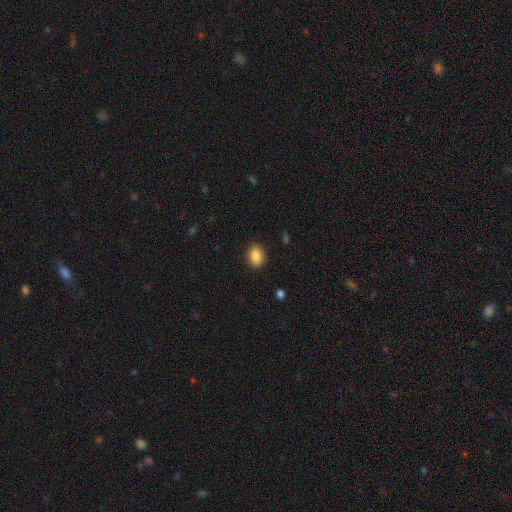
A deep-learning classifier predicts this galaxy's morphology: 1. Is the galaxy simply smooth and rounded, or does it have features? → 87% smooth, 8% star or artifact, 6% featured or disk.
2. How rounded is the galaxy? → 86% in between, 11% round, 3% cigar-shaped.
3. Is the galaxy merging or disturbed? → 87% none, 10% minor disturbance, 2% major disturbance, 1% merger.